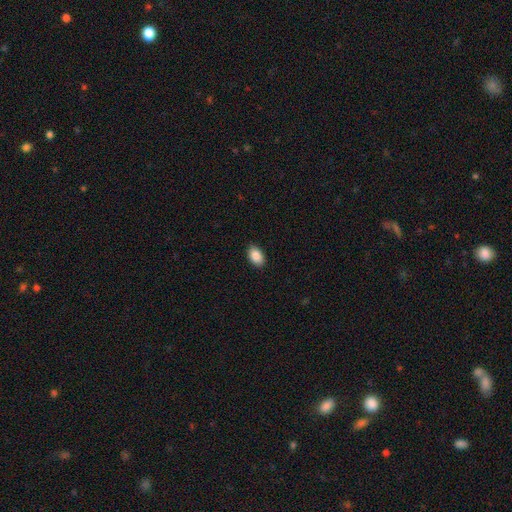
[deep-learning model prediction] Smooth or featured? smooth (89%)
How rounded? in between (90%)
Merging? none (88%)